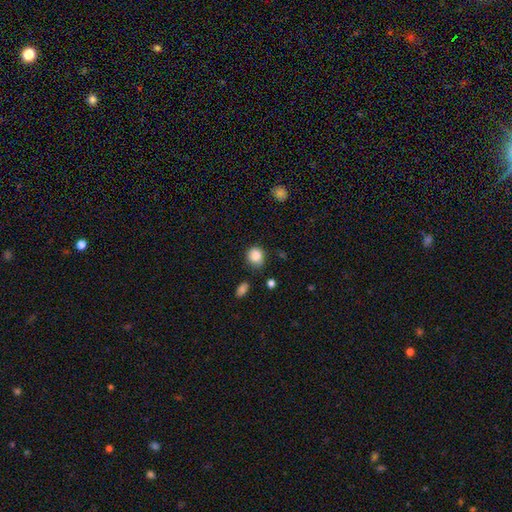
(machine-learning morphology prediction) smooth 87%, star or artifact 9%, featured or disk 4%. Down the decision tree: how rounded — round (77%); merging — none (67%).